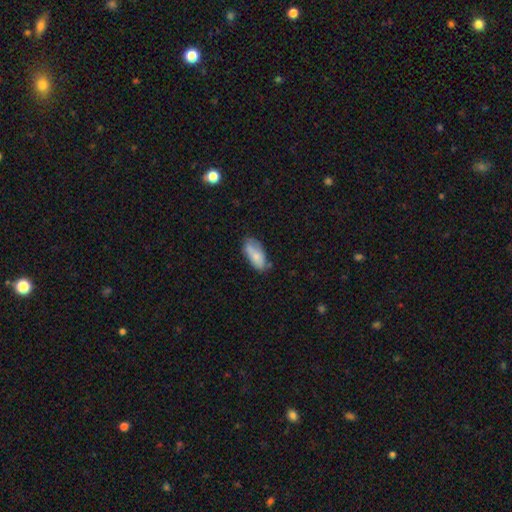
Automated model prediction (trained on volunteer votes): Overall: smooth (76%). How rounded: in between (88%). Merging: none (57%; minor disturbance 29%).